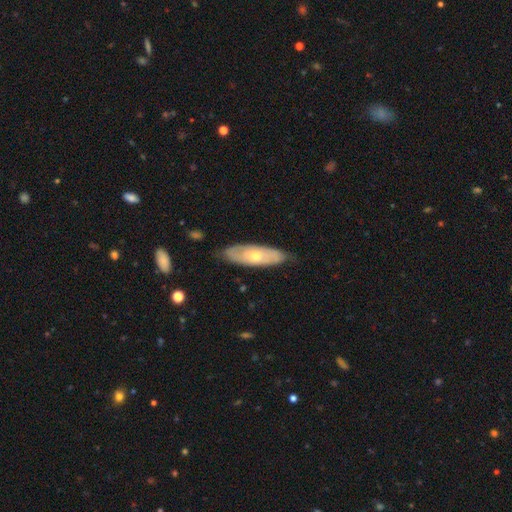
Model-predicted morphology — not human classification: smooth-or-featured: featured or disk: 56% | smooth: 38% | star or artifact: 6%
  disk-edge-on: no: 72% | yes: 28%
  merging: none: 77% | minor disturbance: 18% | major disturbance: 3% | merger: 1%